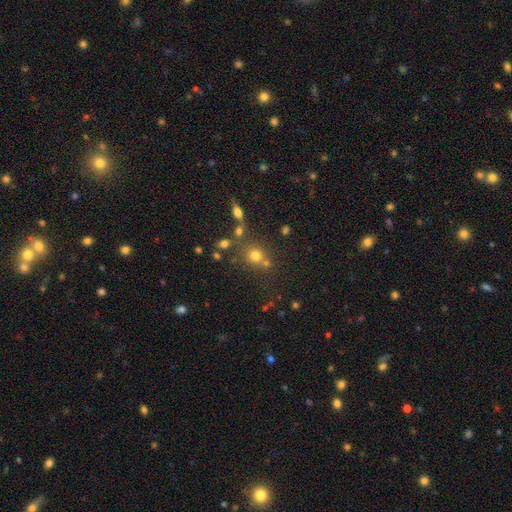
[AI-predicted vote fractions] Morphology: type=smooth (69%); roundness=round (84%); merging=none (63%).